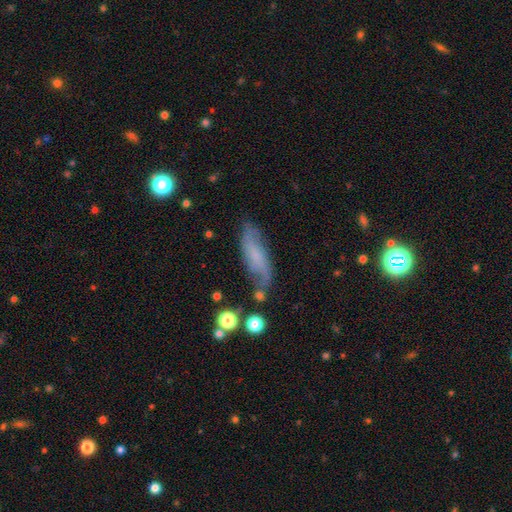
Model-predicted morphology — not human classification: The model was most divided on "smooth or featured": featured or disk: 51%, smooth: 40%, star or artifact: 9%. More confident: edge-on disk — no (76%); merging — none (64%).